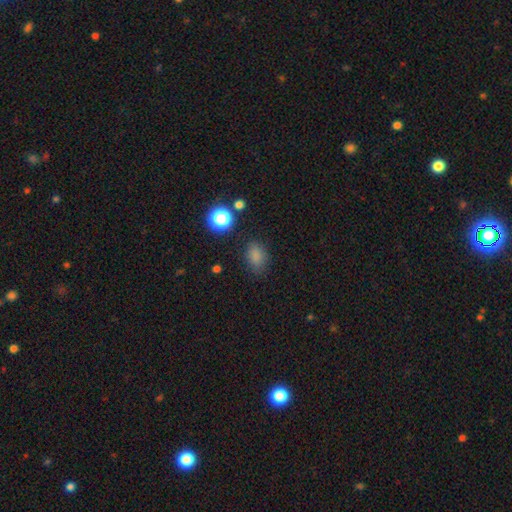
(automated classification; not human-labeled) This appears to be a smooth galaxy with no disk features (80%) that is in between round and cigar-shaped (74%). Merging: none (78%).